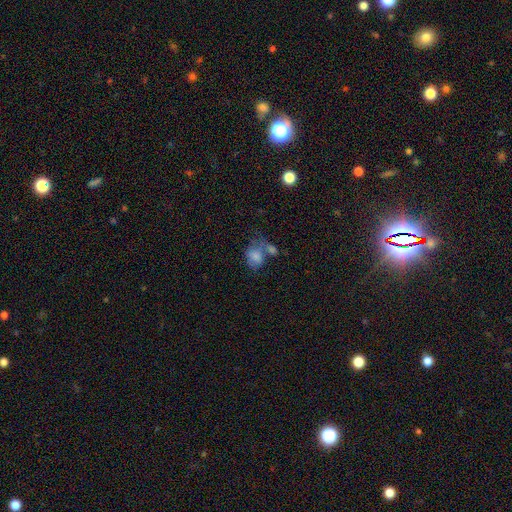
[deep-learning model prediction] A smooth galaxy with no disk features (73%) that is in between round and cigar-shaped (66%).

Vote fractions:
- Smooth or featured? smooth: 73% / featured or disk: 17% / star or artifact: 10%
- How rounded? in between: 66% / round: 33% / cigar-shaped: 1%
- Merging? merger: 40% / none: 27% / minor disturbance: 18% / major disturbance: 15%